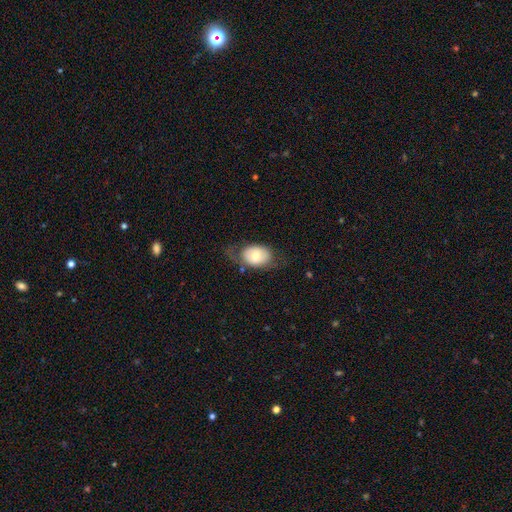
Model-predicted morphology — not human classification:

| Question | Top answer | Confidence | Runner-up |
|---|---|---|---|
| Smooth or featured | smooth | 61% | featured or disk (32%) |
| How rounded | in between | 78% | round (21%) |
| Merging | none | 60% | minor disturbance (21%) |